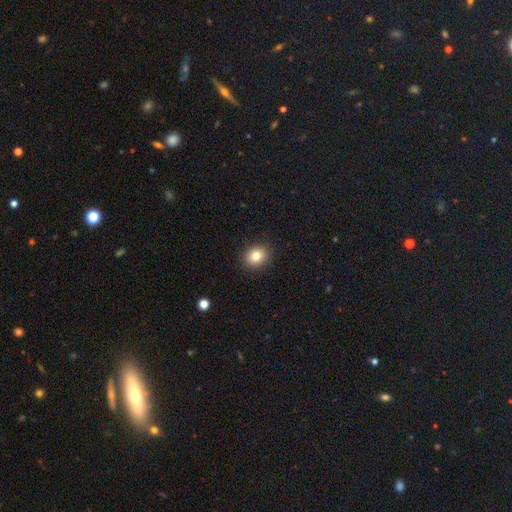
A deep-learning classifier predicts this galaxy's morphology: Smooth or featured? Predicted: smooth (p=0.81). How rounded? Predicted: round (p=0.69). Merging? Predicted: none (p=0.91).